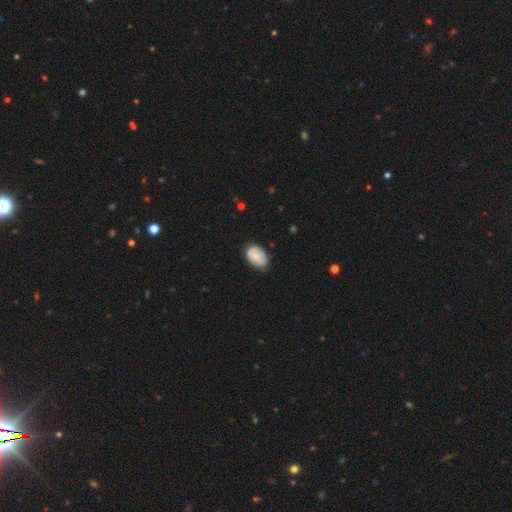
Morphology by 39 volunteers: smooth-or-featured: smooth: 62% | featured or disk: 31% | star or artifact: 8%
  how-rounded: in between: 88% | round: 12% | cigar-shaped: 0%
  merging: minor disturbance: 50% | none: 39% | major disturbance: 11% | merger: 0%